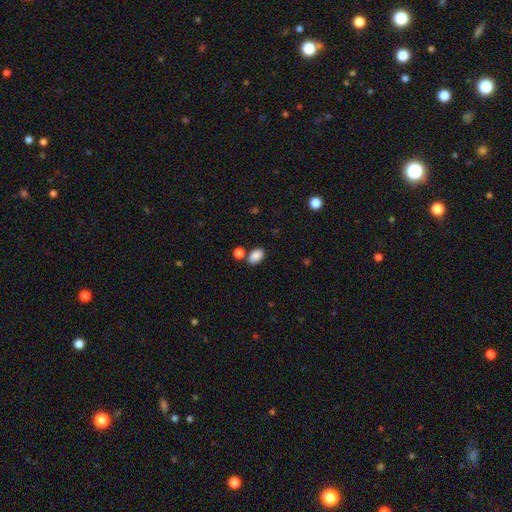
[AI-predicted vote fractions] This appears to be a smooth galaxy with no disk features (87%) that is in between round and cigar-shaped (89%). Merging: none (70%).